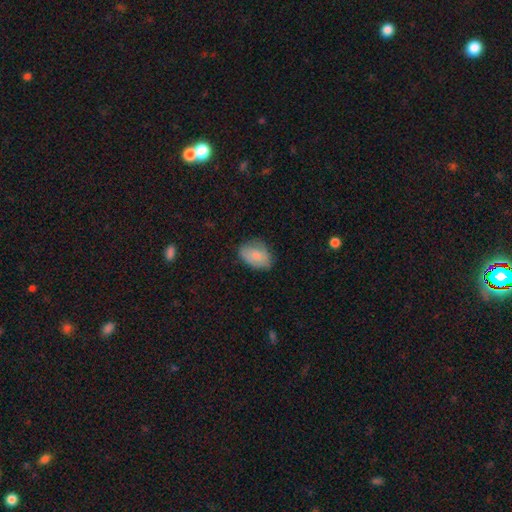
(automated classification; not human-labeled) The model was most divided on "merging": none: 69%, minor disturbance: 25%, major disturbance: 6%, merger: 1%. More confident: how rounded — in between (84%); smooth or featured — smooth (82%).